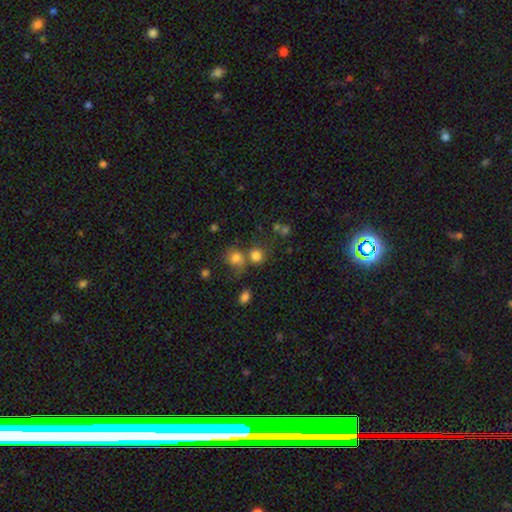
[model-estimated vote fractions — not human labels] The model was most divided on "merging": none: 58%, merger: 28%, minor disturbance: 9%, major disturbance: 5%. More confident: how rounded — round (83%); smooth or featured — smooth (79%).